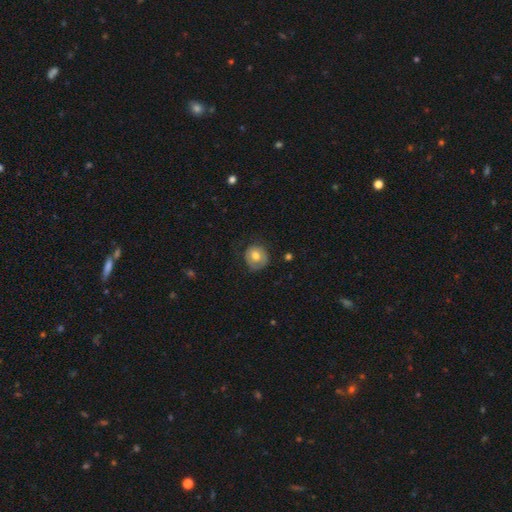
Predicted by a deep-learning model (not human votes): Smooth or featured? smooth (65%)
How rounded? round (82%)
Merging? none (68%)